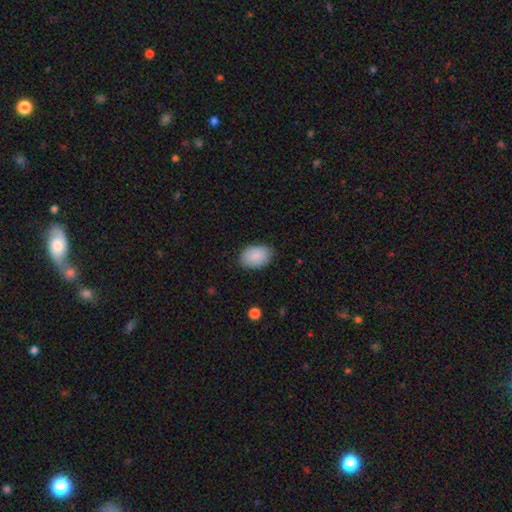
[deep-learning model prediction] Q: Smooth or featured?
A: smooth (87%); runner-up: featured or disk (7%)
Q: How rounded?
A: in between (87%); runner-up: round (12%)
Q: Merging?
A: none (82%); runner-up: minor disturbance (15%)